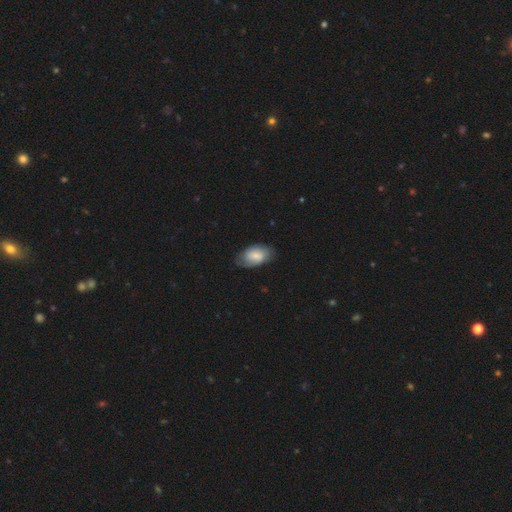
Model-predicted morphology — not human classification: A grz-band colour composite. It shows a smooth galaxy with no disk features (64%) that is in between round and cigar-shaped (92%). Merging: none (71%).